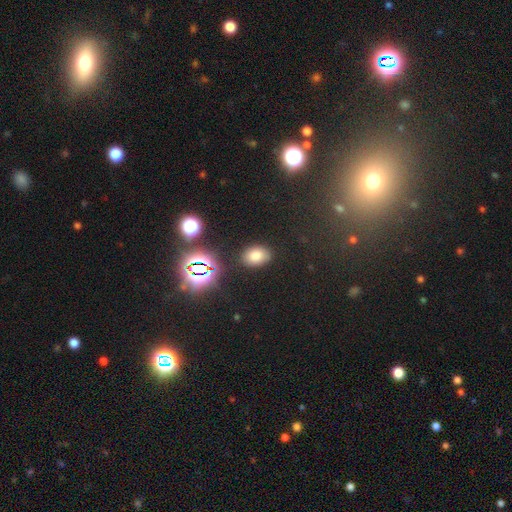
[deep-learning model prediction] smooth 73%, star or artifact 19%, featured or disk 7%. Down the decision tree: how rounded — in between (79%); merging — none (84%).